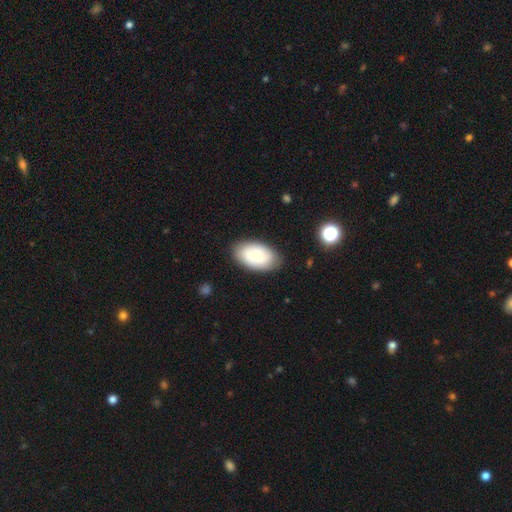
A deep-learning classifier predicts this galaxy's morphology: type=smooth (82%); roundness=in between (95%); merging=none (84%).